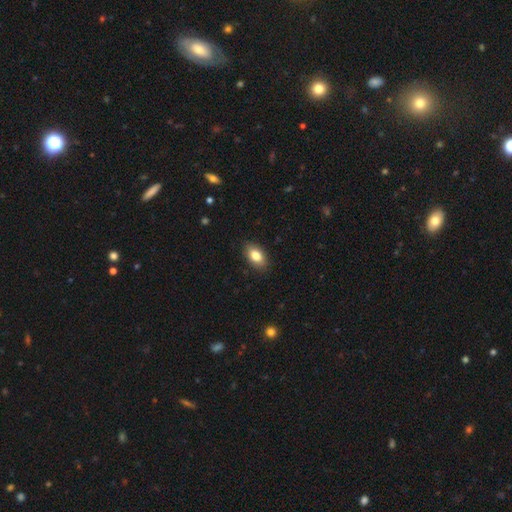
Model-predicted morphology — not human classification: smooth 82%, featured or disk 10%, star or artifact 7%. Down the decision tree: how rounded — in between (91%); merging — none (88%).